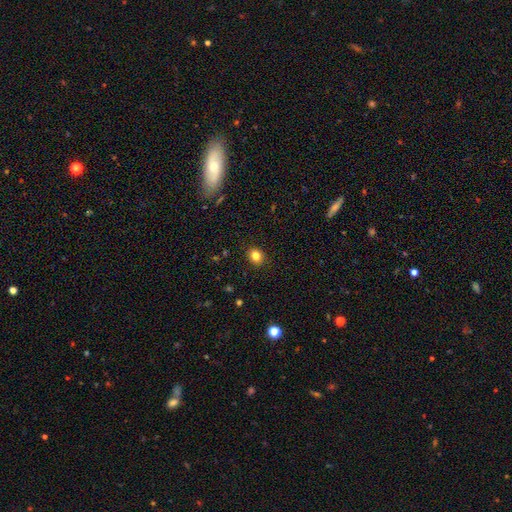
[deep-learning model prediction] A smooth galaxy with no disk features (82%) that is round (67%). Merging: none (90%).